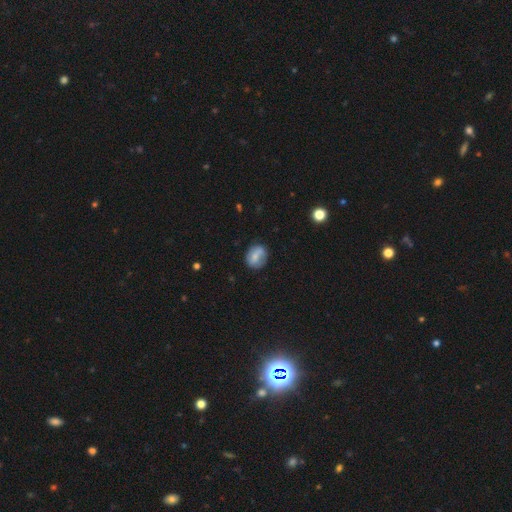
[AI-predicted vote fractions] A smooth galaxy with no disk features (68%) that is round (55%). Merging: none (66%).